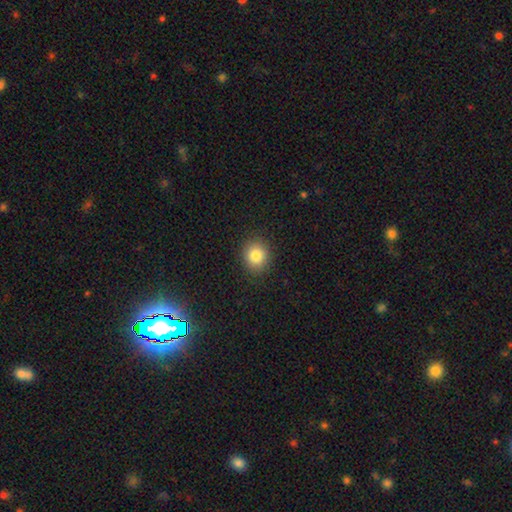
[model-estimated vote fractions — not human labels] This is clearly a smooth galaxy (83%). How rounded: likely round (77%). Merging: clearly none (90%).